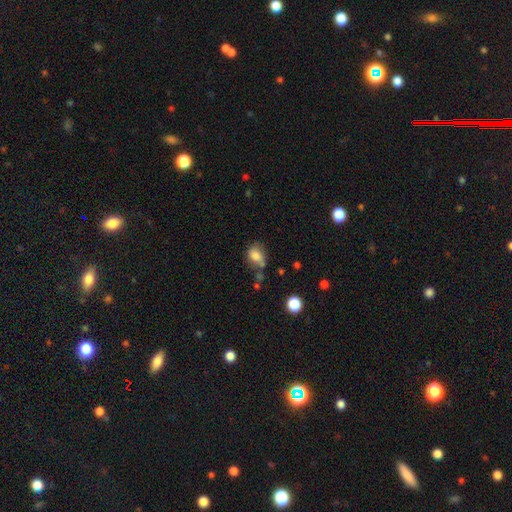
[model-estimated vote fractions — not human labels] smooth 79%, star or artifact 11%, featured or disk 10%. Down the decision tree: how rounded — in between (63%); merging — none (46%).